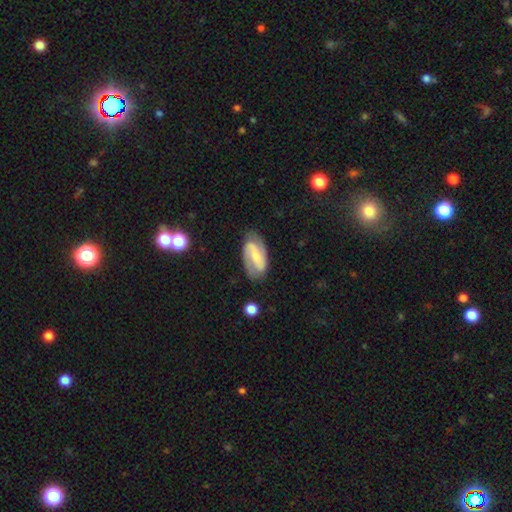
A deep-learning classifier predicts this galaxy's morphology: Smooth or featured? featured or disk (78%)
Edge-on disk? no (96%)
Bar? weak (40%)
Spiral arms? yes (94%)
Spiral winding? medium (47%)
Spiral arm count? 2 (88%)
Bulge size? small (54%)
Merging? none (78%)